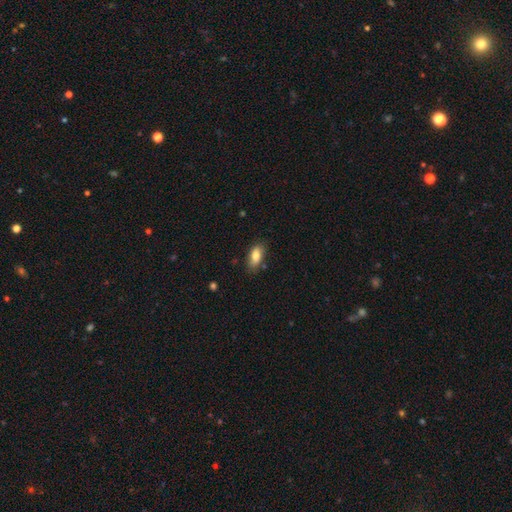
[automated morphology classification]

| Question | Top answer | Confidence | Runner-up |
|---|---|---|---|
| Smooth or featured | smooth | 82% | featured or disk (11%) |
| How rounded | in between | 87% | cigar-shaped (9%) |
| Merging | none | 77% | minor disturbance (18%) |